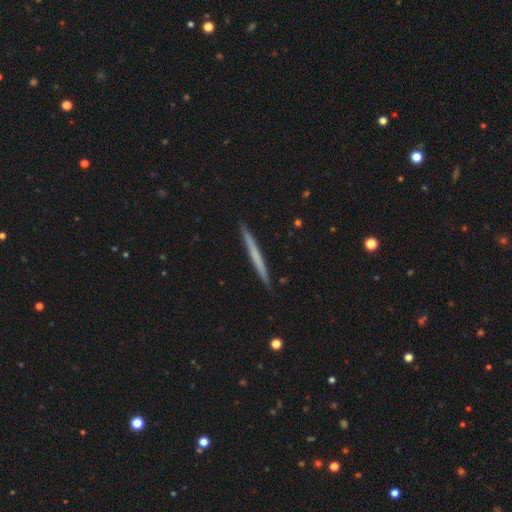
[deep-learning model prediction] Smooth or featured: smooth — 47% (tied with featured or disk — 47%)
Merging: none — 92% (minor disturbance — 6%)